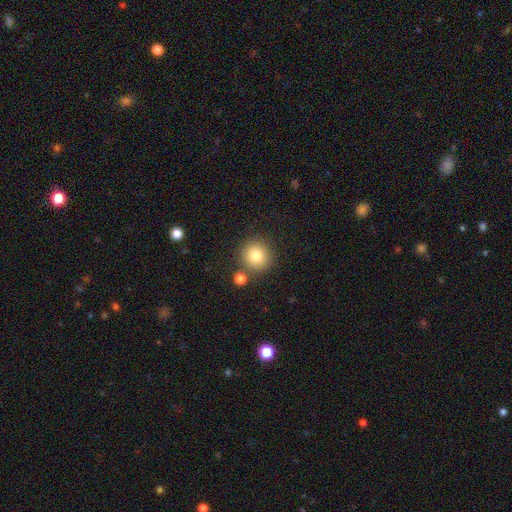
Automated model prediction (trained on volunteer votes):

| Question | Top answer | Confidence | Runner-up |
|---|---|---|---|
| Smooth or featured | smooth | 81% | star or artifact (11%) |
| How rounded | round | 94% | in between (5%) |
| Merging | none | 81% | merger (9%) |